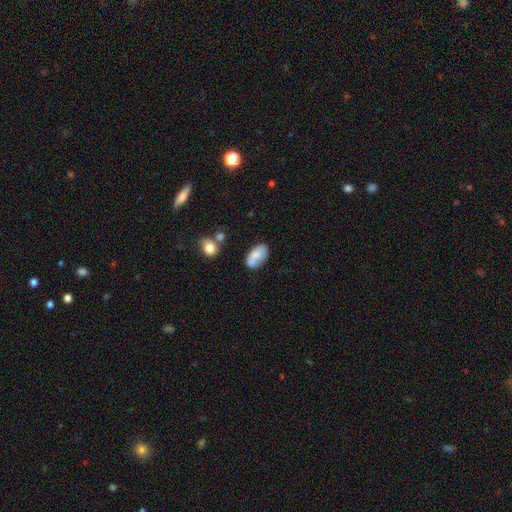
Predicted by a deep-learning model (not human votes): smooth-or-featured: smooth: 77% | featured or disk: 15% | star or artifact: 8%
  how-rounded: in between: 93% | round: 5% | cigar-shaped: 2%
  merging: none: 60% | minor disturbance: 23% | merger: 11% | major disturbance: 6%